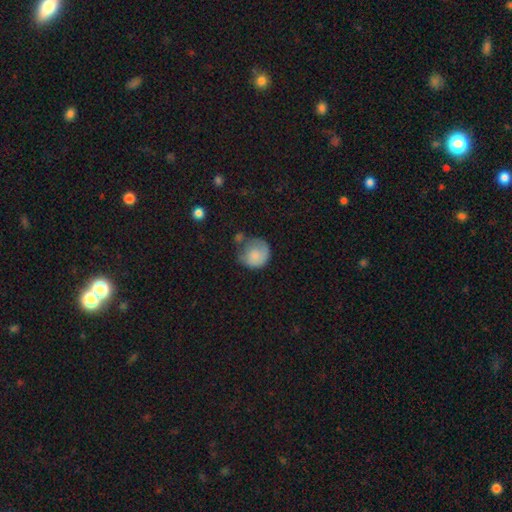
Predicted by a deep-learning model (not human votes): The model was most divided on "merging": none: 40%, minor disturbance: 33%, major disturbance: 19%, merger: 9%. More confident: how rounded — round (81%); smooth or featured — smooth (75%).